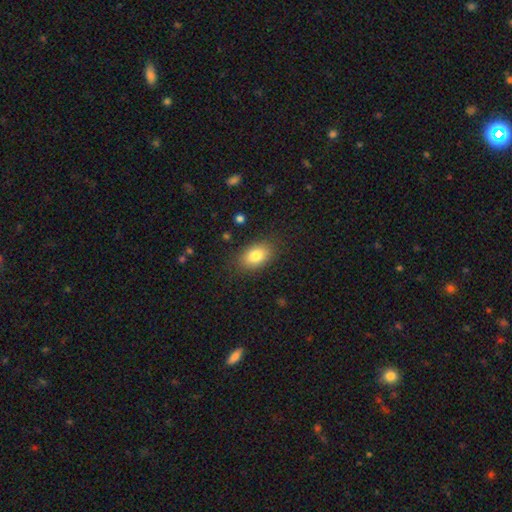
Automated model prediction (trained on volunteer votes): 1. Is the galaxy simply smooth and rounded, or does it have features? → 82% smooth, 10% featured or disk, 8% star or artifact.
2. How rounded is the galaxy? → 87% in between, 12% round, 1% cigar-shaped.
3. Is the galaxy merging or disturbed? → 84% none, 11% minor disturbance, 3% major disturbance, 1% merger.